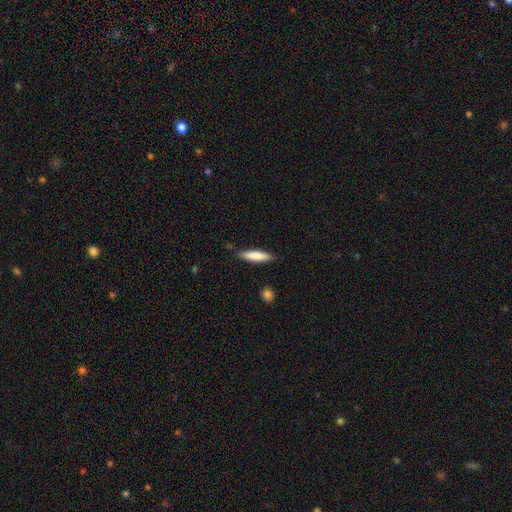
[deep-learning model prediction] This appears to be a smooth galaxy with no disk features (79%) that is cigar-shaped (77%). Merging: none (85%).